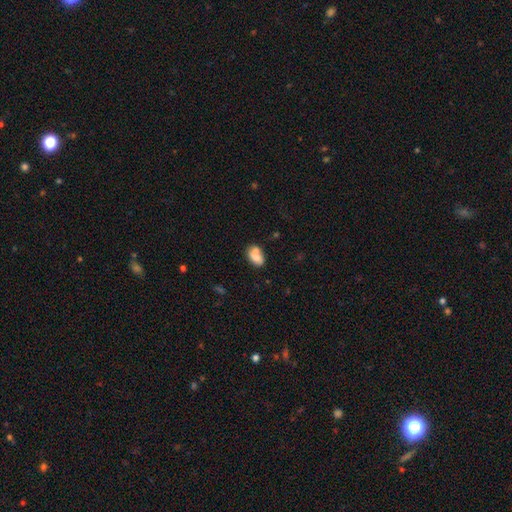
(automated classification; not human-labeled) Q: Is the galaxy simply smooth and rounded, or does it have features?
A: smooth — 76%.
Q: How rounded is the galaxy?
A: in between — 86%.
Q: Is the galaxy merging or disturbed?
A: none — 47%.